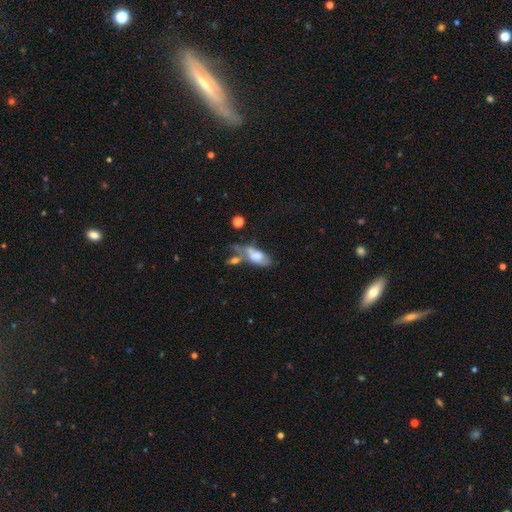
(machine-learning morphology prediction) Q: Smooth or featured?
A: smooth (59%); runner-up: featured or disk (32%)
Q: How rounded?
A: in between (82%); runner-up: cigar-shaped (14%)
Q: Merging?
A: merger (37%); runner-up: major disturbance (24%)